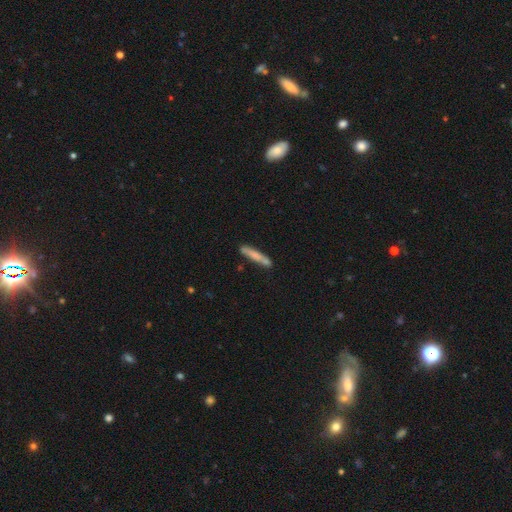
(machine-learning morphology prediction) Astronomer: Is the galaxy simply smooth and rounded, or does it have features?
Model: smooth — 70%.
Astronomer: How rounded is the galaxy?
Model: cigar-shaped — 93%.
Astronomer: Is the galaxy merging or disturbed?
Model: none — 75%.